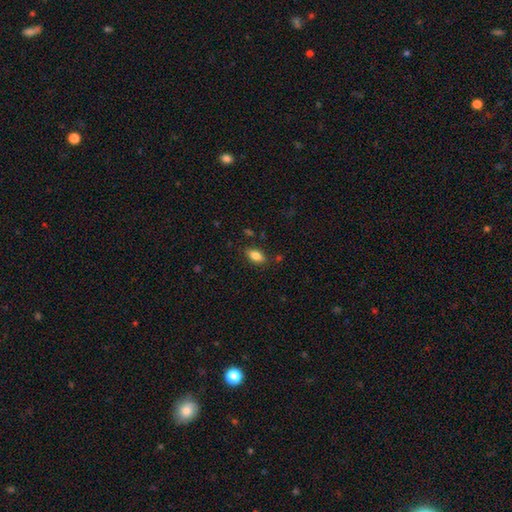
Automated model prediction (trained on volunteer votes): Smooth or featured: smooth — 82% (featured or disk — 10%)
How rounded: in between — 89% (cigar-shaped — 6%)
Merging: none — 83% (minor disturbance — 12%)